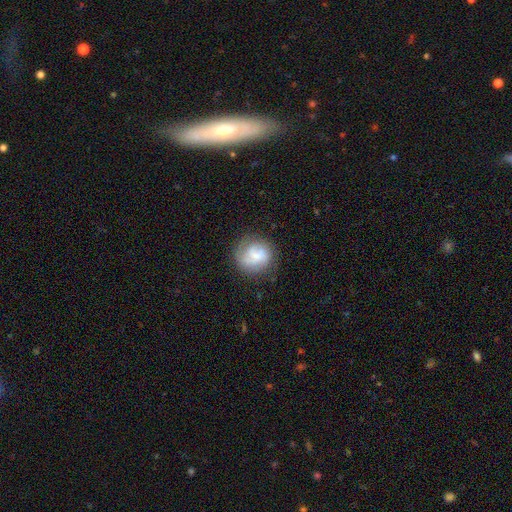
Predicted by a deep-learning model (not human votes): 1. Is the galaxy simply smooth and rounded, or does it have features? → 46% smooth (tied), 46% featured or disk (tied), 8% star or artifact.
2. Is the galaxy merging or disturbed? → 69% none, 19% minor disturbance, 10% major disturbance, 3% merger.